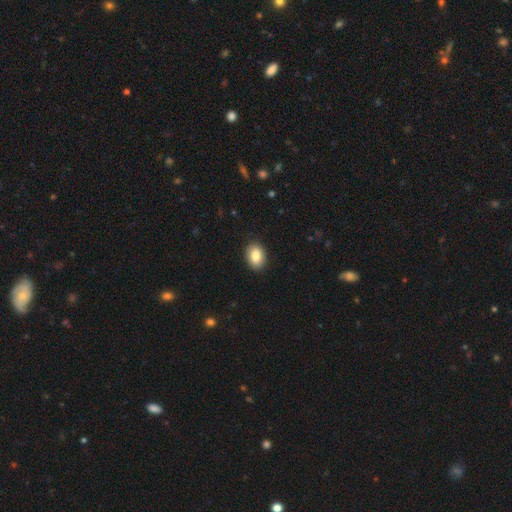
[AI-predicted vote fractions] This is clearly a smooth galaxy (87%). How rounded: clearly in between (82%). Merging: clearly none (89%).